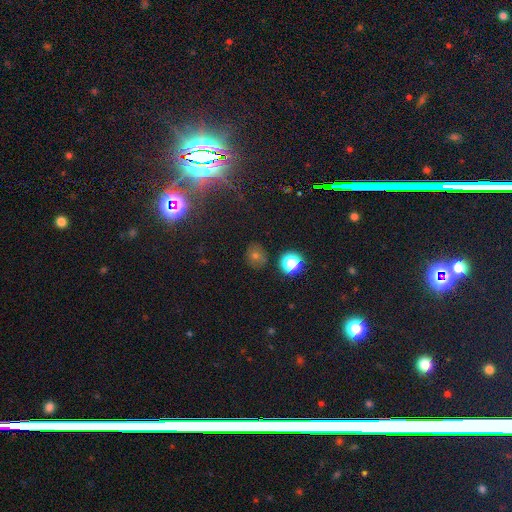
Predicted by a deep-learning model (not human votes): The model was most divided on "smooth or featured": smooth: 53%, star or artifact: 36%, featured or disk: 11%. More confident: merging — none (83%); how rounded — round (72%).